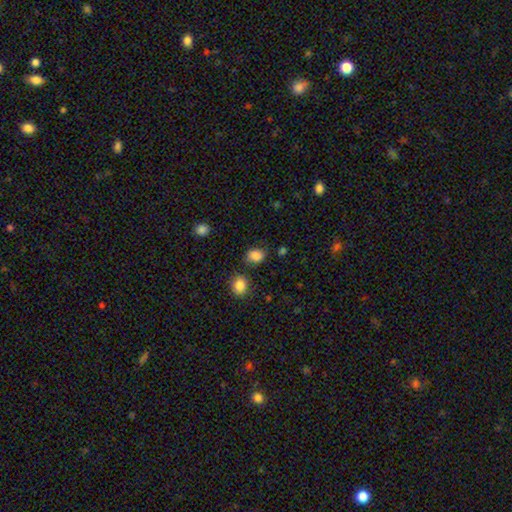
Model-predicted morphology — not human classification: smooth-or-featured: smooth: 84% | star or artifact: 11% | featured or disk: 5%
  how-rounded: in between: 56% | round: 43% | cigar-shaped: 1%
  merging: none: 72% | minor disturbance: 17% | merger: 6% | major disturbance: 4%